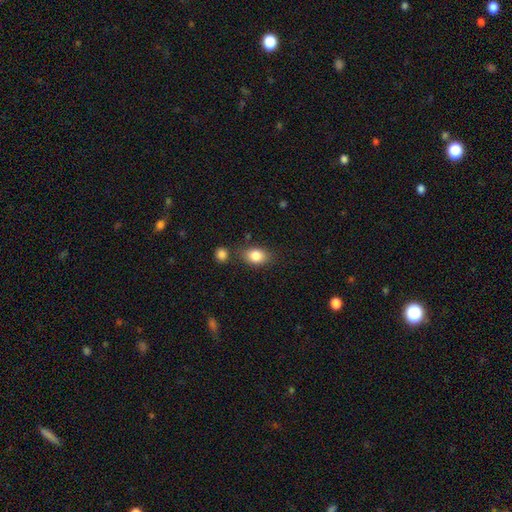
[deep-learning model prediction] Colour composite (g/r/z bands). It shows a smooth galaxy with no disk features (84%) that is in between round and cigar-shaped (78%). Merging: none (73%).